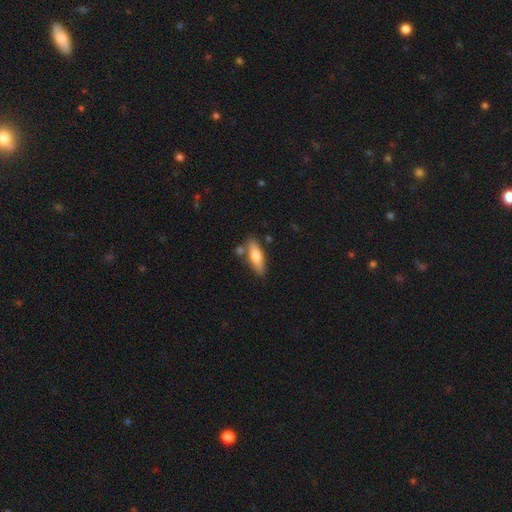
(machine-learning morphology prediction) This is likely a smooth galaxy (66%). How rounded: possibly cigar-shaped (55%). Merging: likely none (75%).